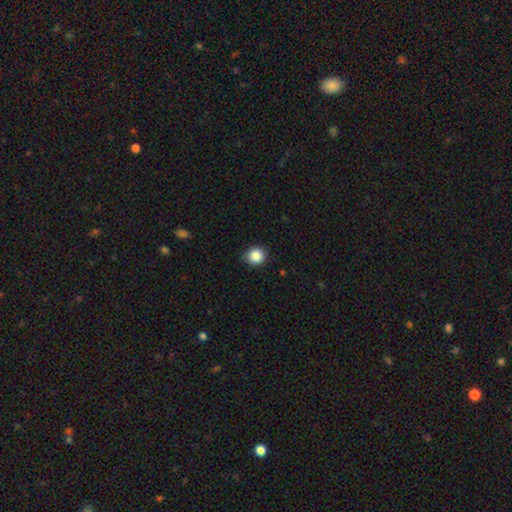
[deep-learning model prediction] smooth_or_featured: smooth (p=0.87) [alt: star or artifact p=0.10]
how_rounded: round (p=0.89) [alt: in between p=0.10]
merging: none (p=0.84) [alt: minor disturbance p=0.13]